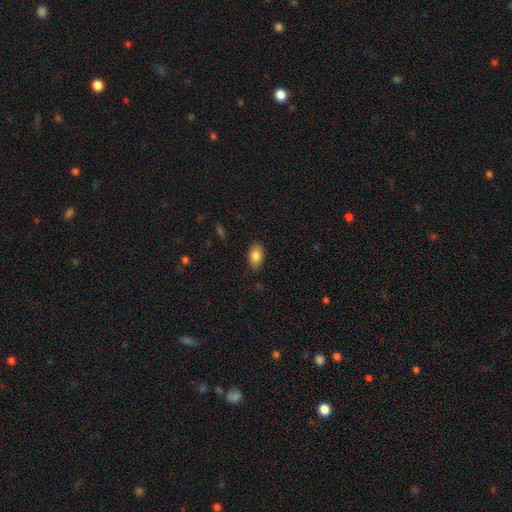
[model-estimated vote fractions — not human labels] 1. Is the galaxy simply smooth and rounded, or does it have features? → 85% smooth, 8% featured or disk, 7% star or artifact.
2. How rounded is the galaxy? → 92% in between, 6% round, 2% cigar-shaped.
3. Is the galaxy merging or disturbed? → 84% none, 12% minor disturbance, 3% major disturbance, 1% merger.